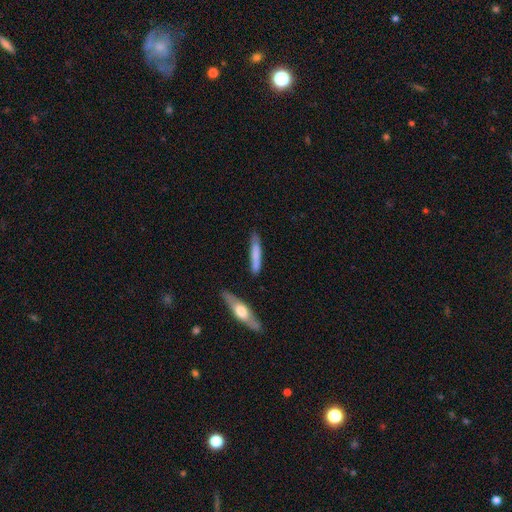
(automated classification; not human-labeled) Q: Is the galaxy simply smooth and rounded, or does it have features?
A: smooth — 69%.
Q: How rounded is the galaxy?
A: cigar-shaped — 91%.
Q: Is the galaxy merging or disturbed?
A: none — 79%.